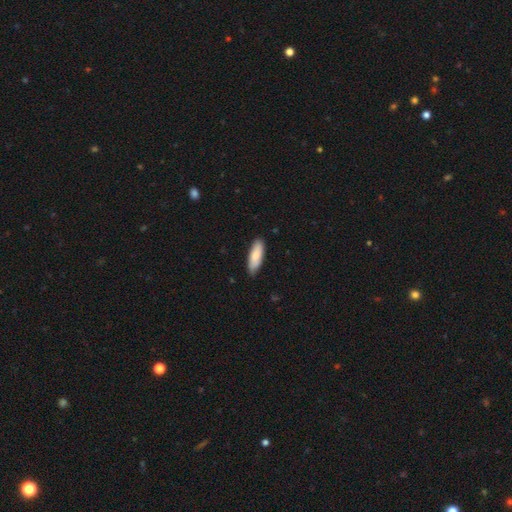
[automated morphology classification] Overall: smooth (83%). How rounded: in between (55%; cigar-shaped 44%). Merging: none (86%).